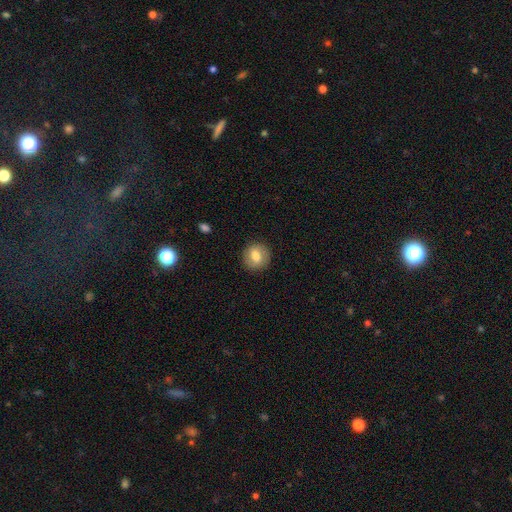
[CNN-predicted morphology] smooth-or-featured: smooth: 74% | featured or disk: 18% | star or artifact: 8%
  how-rounded: round: 80% | in between: 19% | cigar-shaped: 1%
  merging: none: 88% | minor disturbance: 8% | major disturbance: 3% | merger: 1%